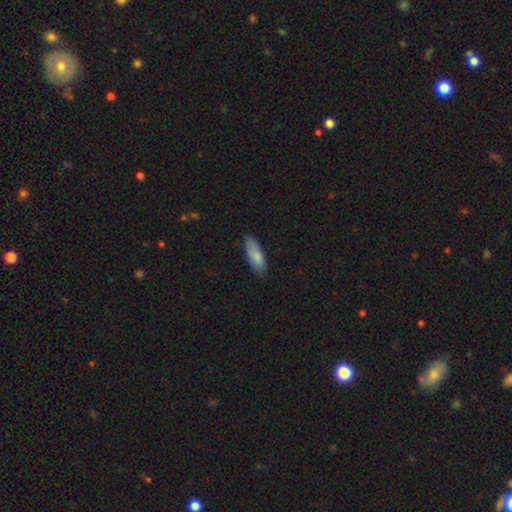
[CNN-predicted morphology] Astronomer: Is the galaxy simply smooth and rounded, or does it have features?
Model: smooth — 84%.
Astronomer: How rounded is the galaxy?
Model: in between — 69%.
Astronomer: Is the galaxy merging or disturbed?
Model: none — 77%.